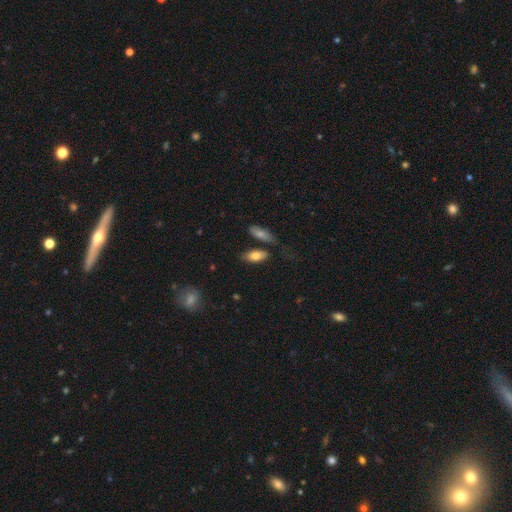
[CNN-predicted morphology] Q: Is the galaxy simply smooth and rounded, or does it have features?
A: smooth — 76%.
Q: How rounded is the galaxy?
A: in between — 84%.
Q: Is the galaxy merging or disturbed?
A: none — 67%.